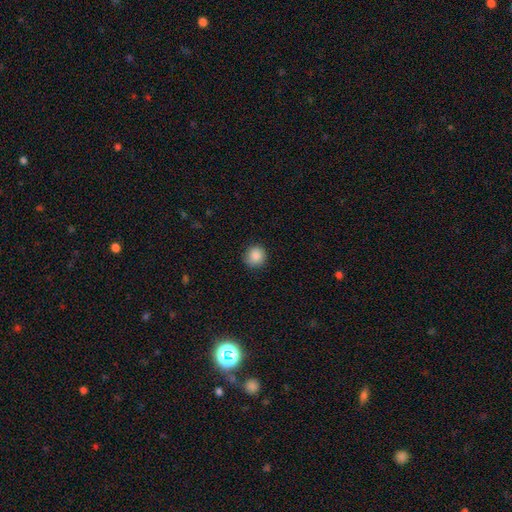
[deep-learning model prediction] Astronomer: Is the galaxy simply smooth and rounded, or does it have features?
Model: smooth — 88%.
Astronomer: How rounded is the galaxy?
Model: round — 90%.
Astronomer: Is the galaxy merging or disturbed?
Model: none — 88%.